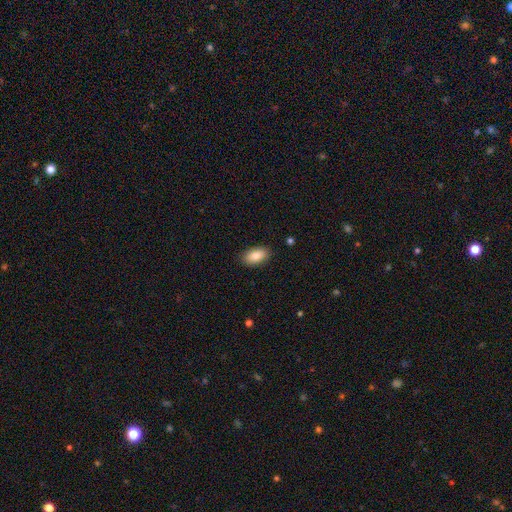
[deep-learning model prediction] smooth 85%, featured or disk 8%, star or artifact 7%. Down the decision tree: how rounded — in between (94%); merging — none (88%).